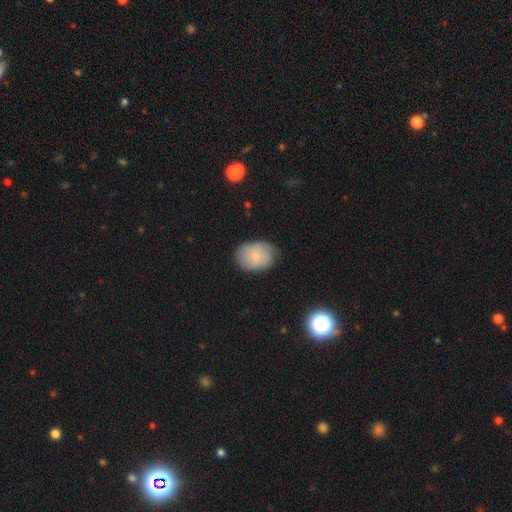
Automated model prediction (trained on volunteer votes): Smooth or featured?
  - smooth: 67% *
  - featured or disk: 25%
  - star or artifact: 8%
How rounded?
  - in between: 61% *
  - round: 38%
  - cigar-shaped: 1%
Merging?
  - none: 74% *
  - minor disturbance: 20%
  - major disturbance: 5%
  - merger: 1%